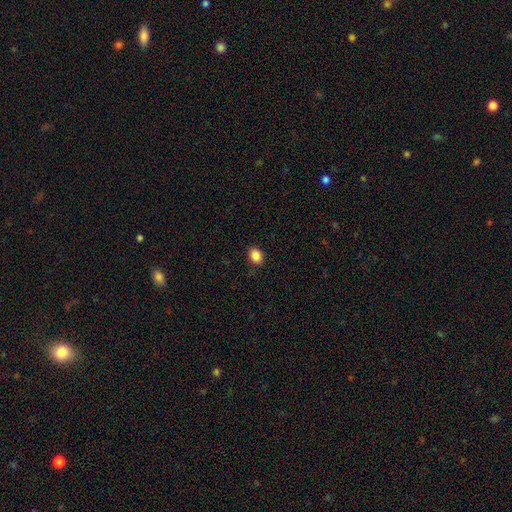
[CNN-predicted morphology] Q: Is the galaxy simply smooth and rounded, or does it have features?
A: smooth — 87%.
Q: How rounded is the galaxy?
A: in between — 60%.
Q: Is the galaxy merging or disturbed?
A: none — 87%.